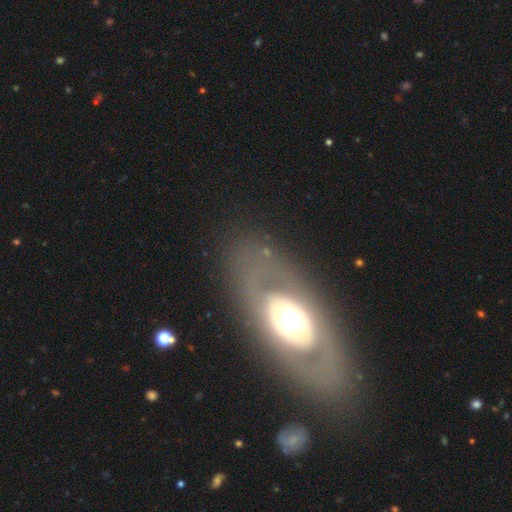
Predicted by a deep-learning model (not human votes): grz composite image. It shows a featured or disk galaxy (67%) with no bar (85%), no spiral arms (77%) and a moderate central bulge (44%). Merging: none (83%).